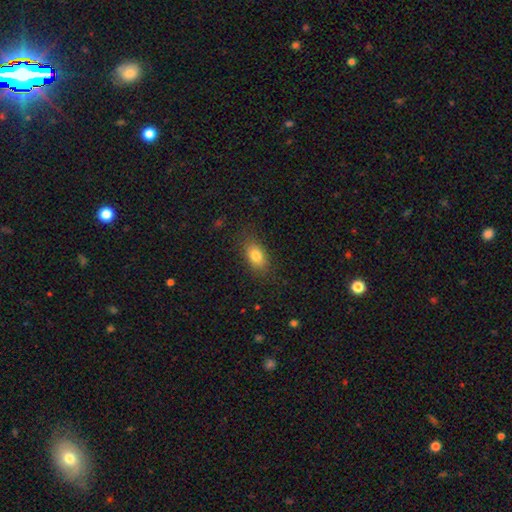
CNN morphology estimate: Q: Smooth or featured?
A: smooth (82%); runner-up: featured or disk (9%)
Q: How rounded?
A: in between (86%); runner-up: round (11%)
Q: Merging?
A: none (83%); runner-up: minor disturbance (12%)